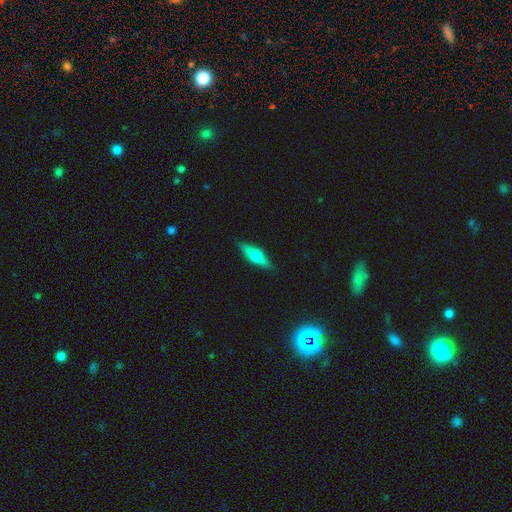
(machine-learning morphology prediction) Q: Smooth or featured?
A: featured or disk (49%); runner-up: smooth (44%)
Q: Merging?
A: none (87%); runner-up: minor disturbance (10%)